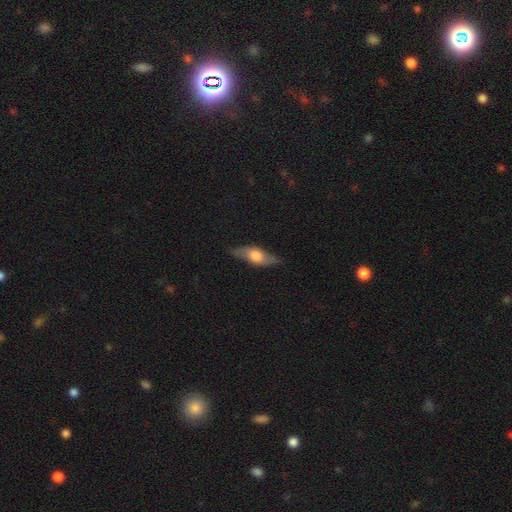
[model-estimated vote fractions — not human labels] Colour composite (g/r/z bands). It shows a smooth galaxy with no disk features (49%). Merging: none (75%).